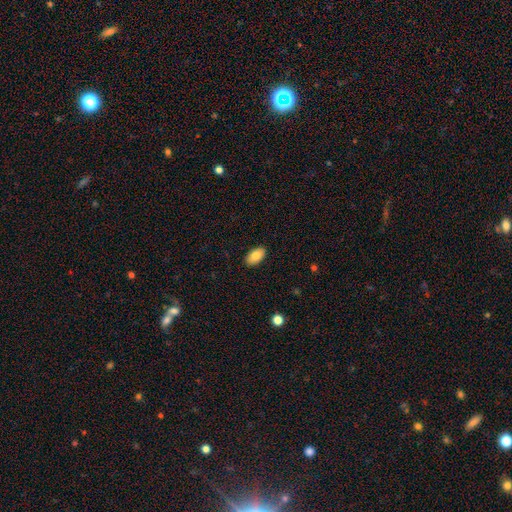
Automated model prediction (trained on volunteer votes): A smooth galaxy with no disk features (82%) that is in between round and cigar-shaped (94%).

Vote fractions:
- Smooth or featured? smooth: 82% / featured or disk: 11% / star or artifact: 7%
- How rounded? in between: 94% / round: 4% / cigar-shaped: 2%
- Merging? none: 89% / minor disturbance: 8% / major disturbance: 2% / merger: 1%